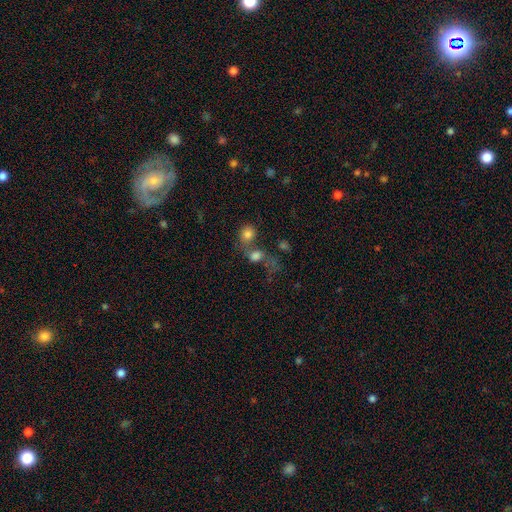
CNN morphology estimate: Overall: smooth (70%). How rounded: round (53%; in between 44%). Merging: merger (58%; none 22%).